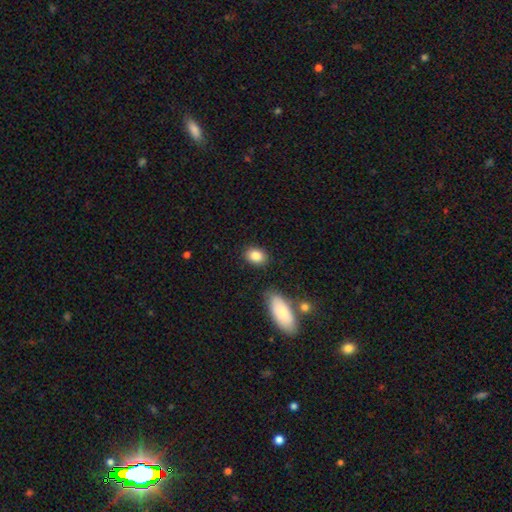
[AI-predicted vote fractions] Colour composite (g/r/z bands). It shows a smooth galaxy with no disk features (85%) that is in between round and cigar-shaped (65%). Merging: none (84%).